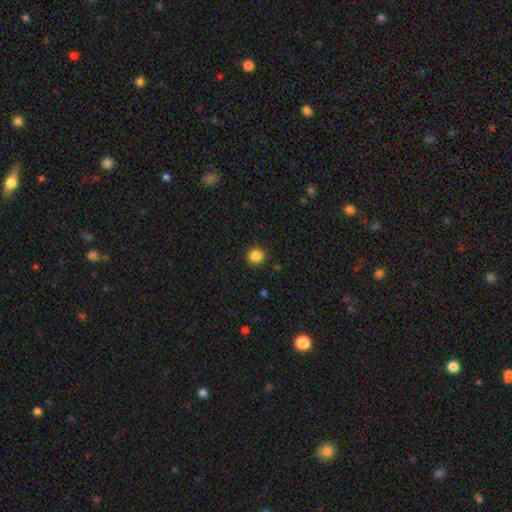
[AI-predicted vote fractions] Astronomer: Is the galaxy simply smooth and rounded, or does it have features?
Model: smooth — 86%.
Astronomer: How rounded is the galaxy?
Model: round — 95%.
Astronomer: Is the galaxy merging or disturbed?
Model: none — 92%.